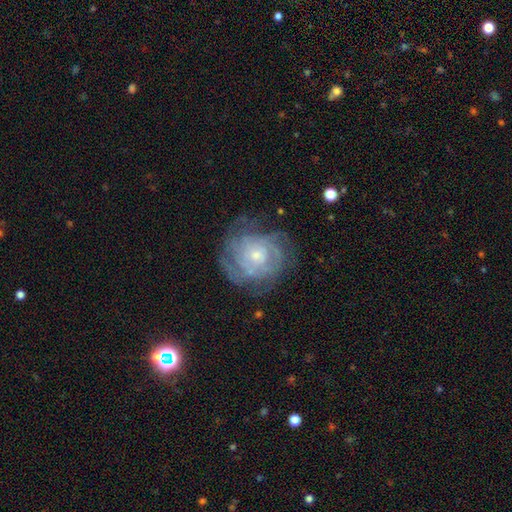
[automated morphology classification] Smooth or featured: featured or disk — 78% (smooth — 15%)
Edge-on disk: no — 97% (yes — 3%)
Bar: no — 79% (weak — 18%)
Spiral arms: yes — 88% (no — 12%)
Spiral winding: tight — 68% (medium — 25%)
Spiral arm count: can't tell — 47% (3 — 14%)
Bulge size: small — 63% (moderate — 30%)
Merging: none — 66% (minor disturbance — 20%)